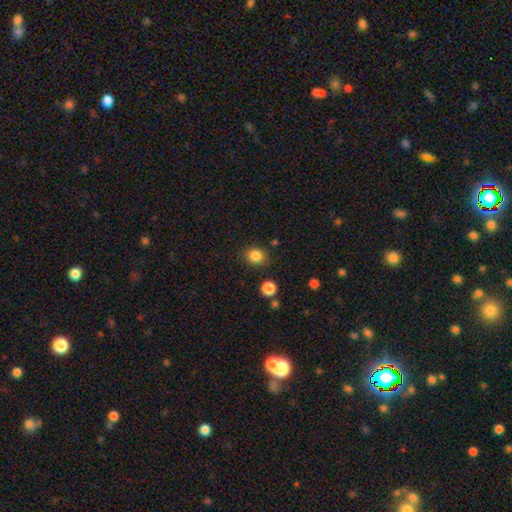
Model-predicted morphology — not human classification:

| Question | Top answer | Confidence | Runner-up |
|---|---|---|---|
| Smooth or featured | smooth | 85% | star or artifact (11%) |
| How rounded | round | 79% | in between (20%) |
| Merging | none | 86% | minor disturbance (8%) |